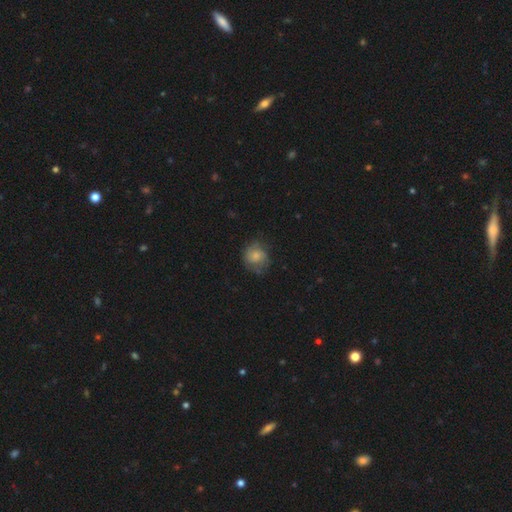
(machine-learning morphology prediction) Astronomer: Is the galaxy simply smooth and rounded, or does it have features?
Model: smooth — 66%.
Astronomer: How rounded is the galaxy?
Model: round — 79%.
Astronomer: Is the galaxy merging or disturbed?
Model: none — 63%.